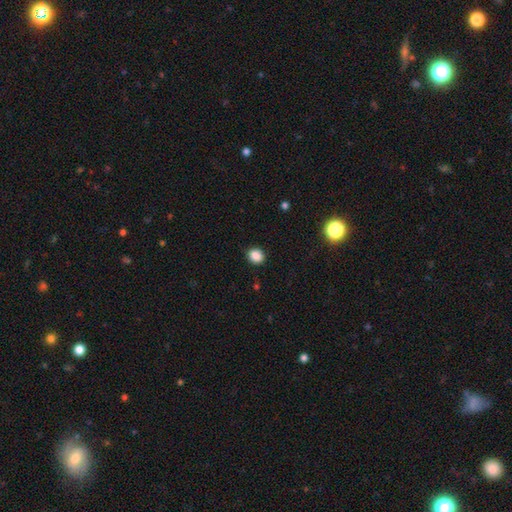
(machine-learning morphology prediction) Smooth or featured? smooth (87%)
How rounded? round (70%)
Merging? none (89%)